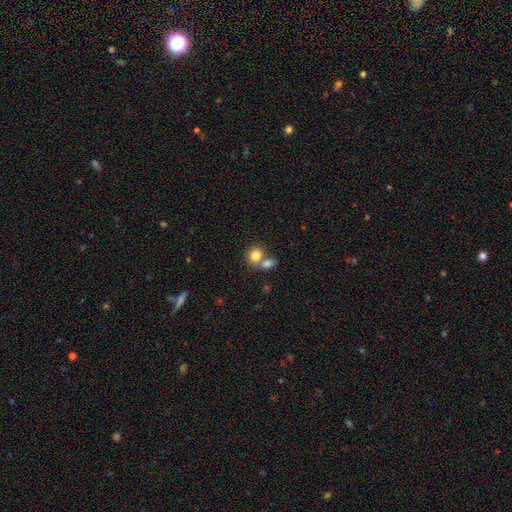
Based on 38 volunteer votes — A smooth galaxy with no disk features (95%) that is round (67%). Merging: none (59%).